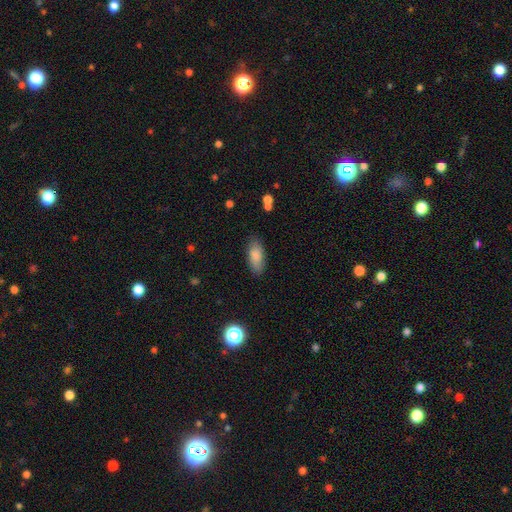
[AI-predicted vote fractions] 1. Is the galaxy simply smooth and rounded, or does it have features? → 86% smooth, 7% featured or disk, 6% star or artifact.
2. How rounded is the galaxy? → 84% in between, 14% cigar-shaped, 2% round.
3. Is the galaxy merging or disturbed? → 82% none, 13% minor disturbance, 3% major disturbance, 2% merger.